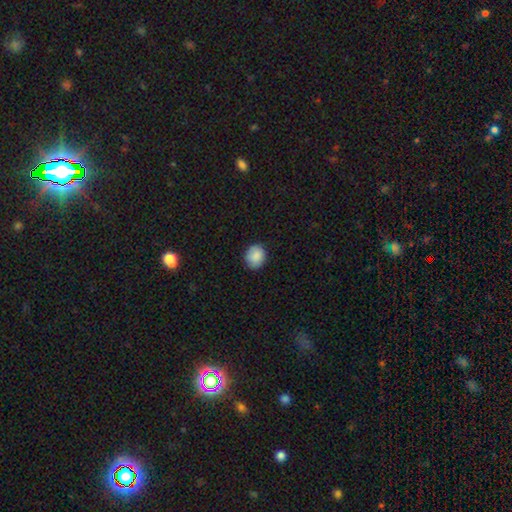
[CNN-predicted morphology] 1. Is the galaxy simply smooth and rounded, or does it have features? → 86% smooth, 8% star or artifact, 6% featured or disk.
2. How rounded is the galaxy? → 71% round, 28% in between, 1% cigar-shaped.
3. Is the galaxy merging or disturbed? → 82% none, 15% minor disturbance, 3% major disturbance, 1% merger.